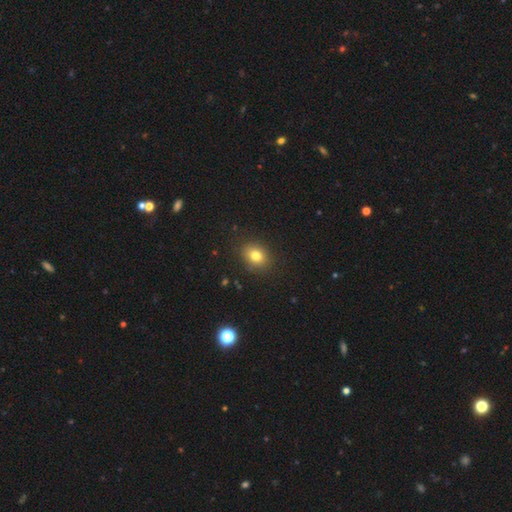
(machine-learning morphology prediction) Overall: smooth (79%). How rounded: in between (53%; round 46%). Merging: none (87%).